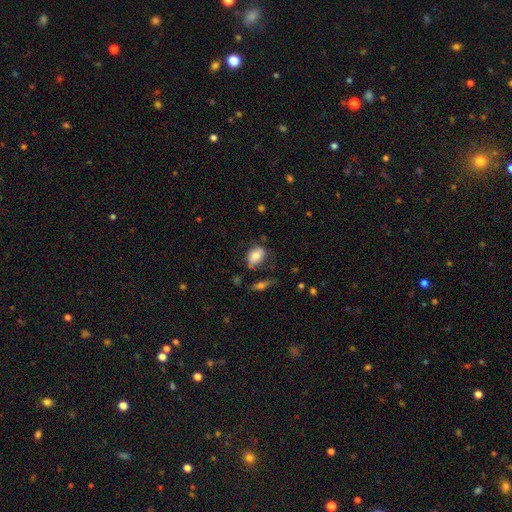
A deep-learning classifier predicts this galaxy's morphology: The model was most divided on "merging": none: 63%, minor disturbance: 24%, major disturbance: 8%, merger: 5%. More confident: smooth or featured — smooth (74%); how rounded — in between (73%).